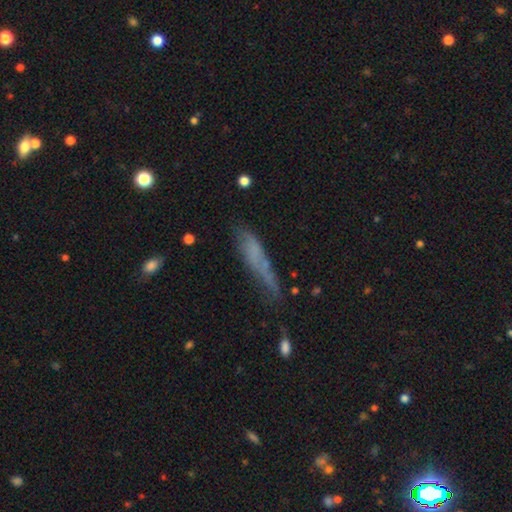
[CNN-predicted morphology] Overall: smooth (57%; featured or disk 31%). How rounded: cigar-shaped (79%). Merging: none (43%; minor disturbance 32%).